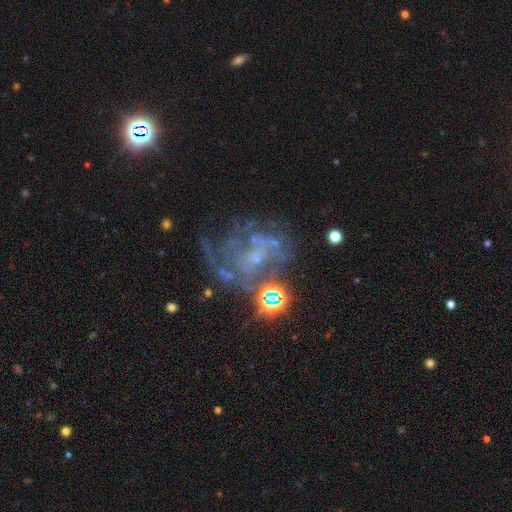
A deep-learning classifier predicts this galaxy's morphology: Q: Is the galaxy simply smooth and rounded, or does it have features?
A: featured or disk — 62%.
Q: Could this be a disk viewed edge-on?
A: no — 98%.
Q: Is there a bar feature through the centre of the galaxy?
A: no — 79%.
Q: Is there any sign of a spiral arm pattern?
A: no — 50%, tied with yes.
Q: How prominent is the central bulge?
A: small — 45%.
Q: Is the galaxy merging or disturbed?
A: none — 39%.